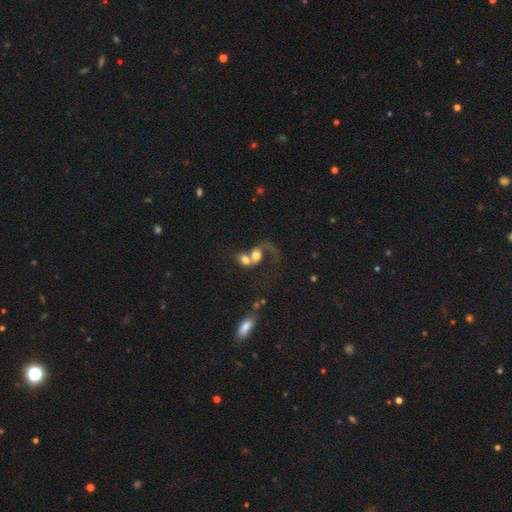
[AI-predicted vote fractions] Morphology: type=smooth (46%); merging=merger (71%).